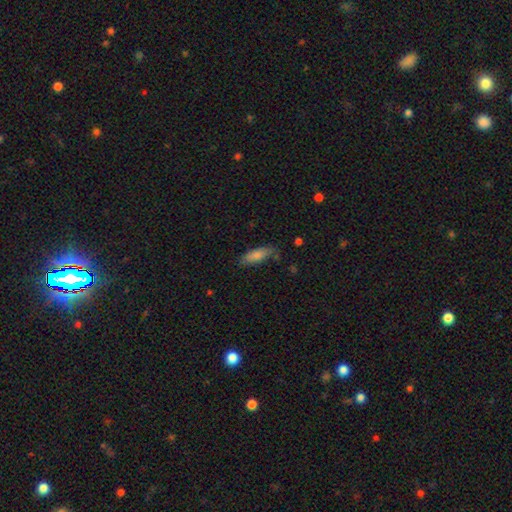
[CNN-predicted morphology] A smooth galaxy with no disk features (80%) that is in between round and cigar-shaped (51%).

Vote fractions:
- Smooth or featured? smooth: 80% / featured or disk: 13% / star or artifact: 7%
- How rounded? in between: 51% / cigar-shaped: 47% / round: 2%
- Merging? none: 72% / minor disturbance: 21% / major disturbance: 5% / merger: 3%